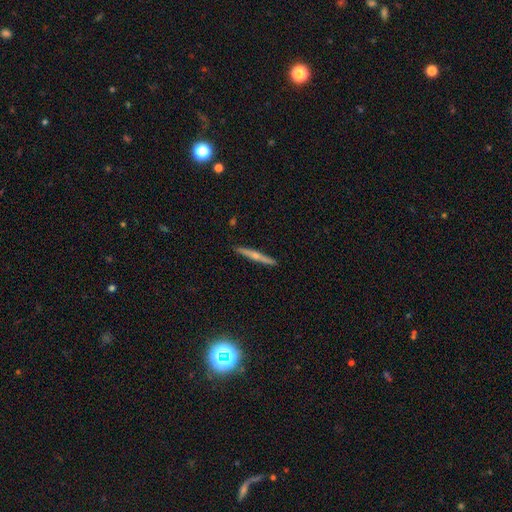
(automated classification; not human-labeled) Morphology: type=featured or disk (57%); edge-on=yes (97%); edge-on bulge=rounded (72%); merging=none (91%).